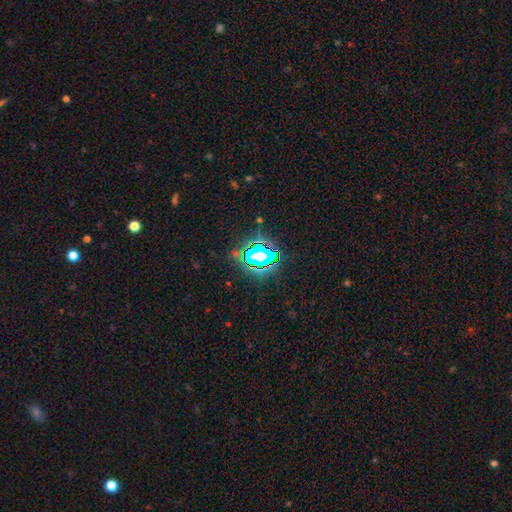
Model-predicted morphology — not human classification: A star or artifact, not a galaxy (71%).

Vote fractions:
- Smooth or featured? star or artifact: 71% / smooth: 17% / featured or disk: 12%